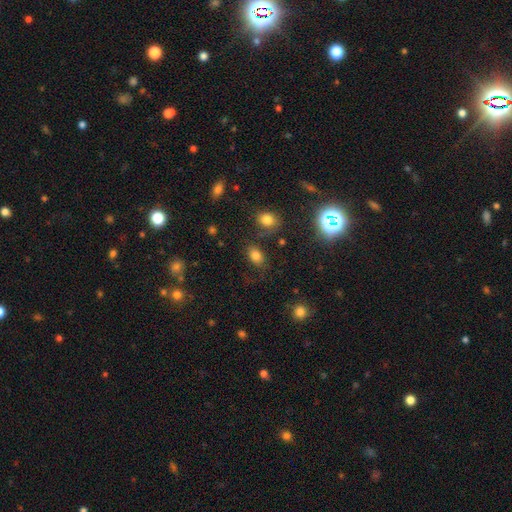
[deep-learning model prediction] This appears to be a smooth galaxy with no disk features (78%) that is in between round and cigar-shaped (83%). Merging: none (73%).